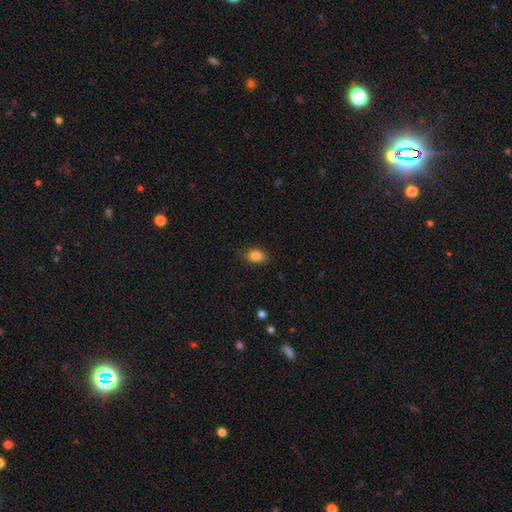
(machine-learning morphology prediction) Overall: smooth (85%). How rounded: in between (77%). Merging: none (83%).